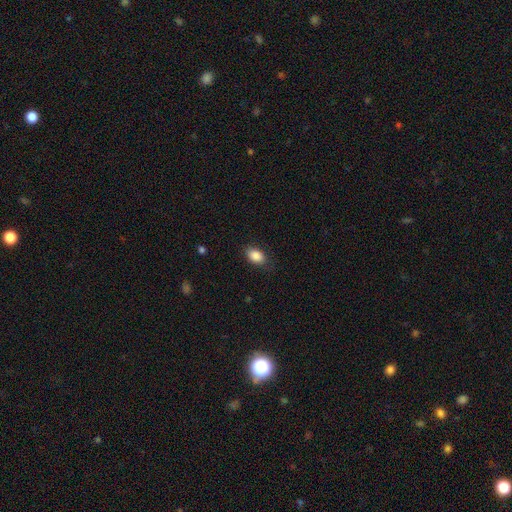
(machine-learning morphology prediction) smooth 87%, star or artifact 8%, featured or disk 5%. Down the decision tree: how rounded — in between (89%); merging — none (79%).